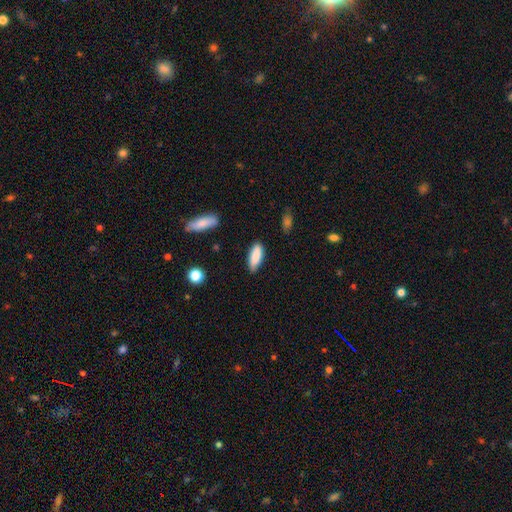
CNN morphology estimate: smooth-or-featured: smooth: 87% | featured or disk: 7% | star or artifact: 6%
  how-rounded: in between: 66% | cigar-shaped: 32% | round: 2%
  merging: none: 83% | minor disturbance: 13% | major disturbance: 2% | merger: 2%